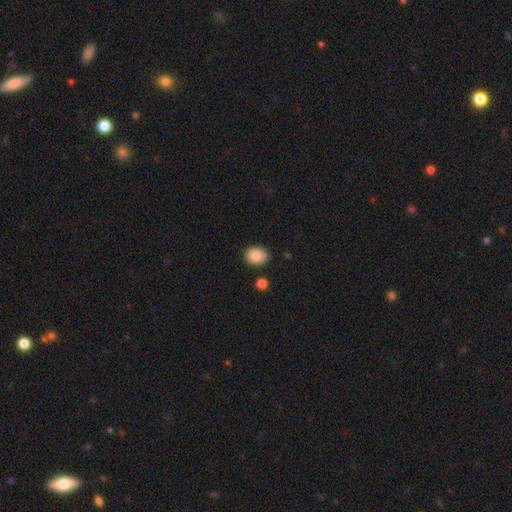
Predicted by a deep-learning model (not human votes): This appears to be a smooth galaxy with no disk features (88%) that is in between round and cigar-shaped (59%). Merging: none (85%).